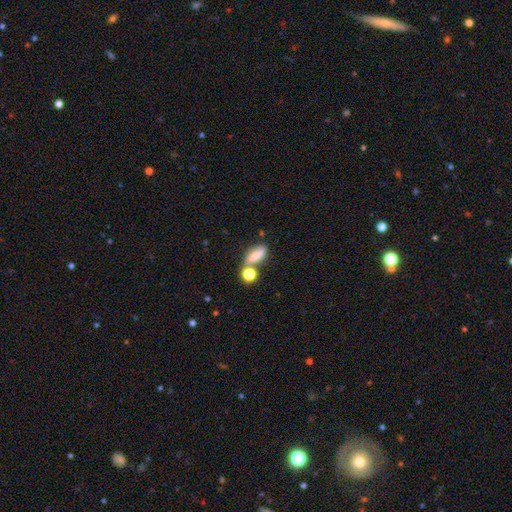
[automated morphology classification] Smooth or featured?
  - smooth: 77% *
  - featured or disk: 12%
  - star or artifact: 11%
How rounded?
  - in between: 71% *
  - cigar-shaped: 18%
  - round: 11%
Merging?
  - none: 50% *
  - merger: 28%
  - minor disturbance: 15%
  - major disturbance: 7%